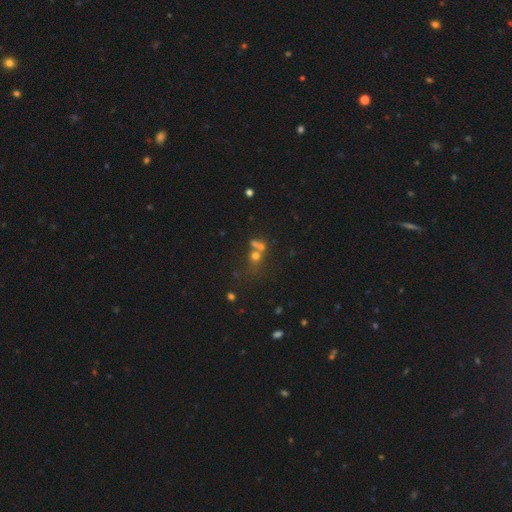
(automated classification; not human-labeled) This is possibly a smooth galaxy (56%). How rounded: likely round (78%). Merging: possibly merger (51%).